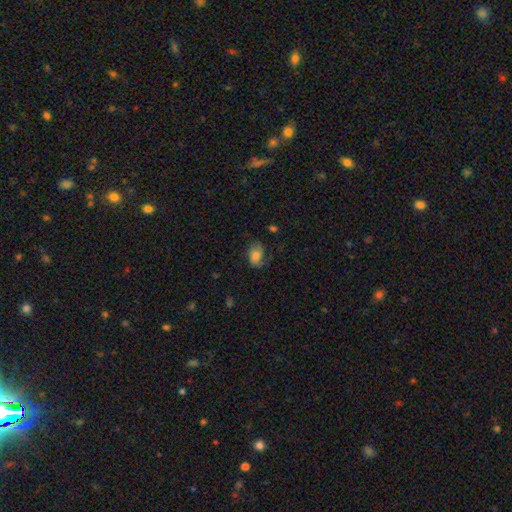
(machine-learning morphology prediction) Q: Smooth or featured?
A: smooth (53%); runner-up: featured or disk (38%)
Q: How rounded?
A: in between (79%); runner-up: round (19%)
Q: Merging?
A: none (51%); runner-up: minor disturbance (27%)